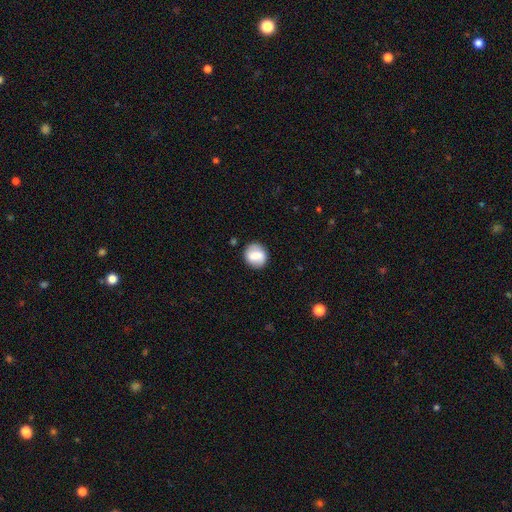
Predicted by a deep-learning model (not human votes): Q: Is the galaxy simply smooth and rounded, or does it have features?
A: smooth — 67%.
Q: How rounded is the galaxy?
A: round — 78%.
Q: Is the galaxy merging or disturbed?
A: none — 83%.